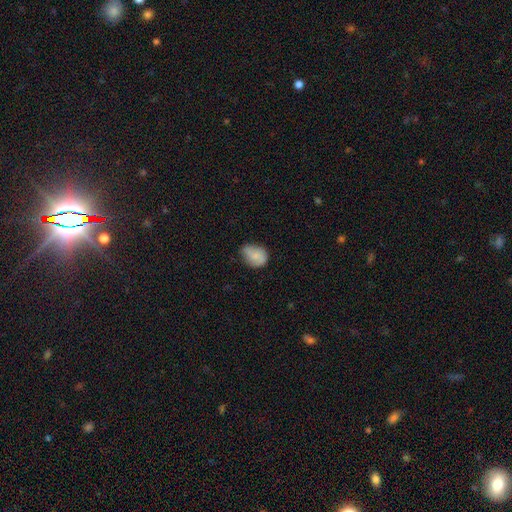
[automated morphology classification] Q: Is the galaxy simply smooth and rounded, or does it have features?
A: smooth — 74%.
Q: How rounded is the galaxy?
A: in between — 57%.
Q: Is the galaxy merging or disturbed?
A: none — 50%.